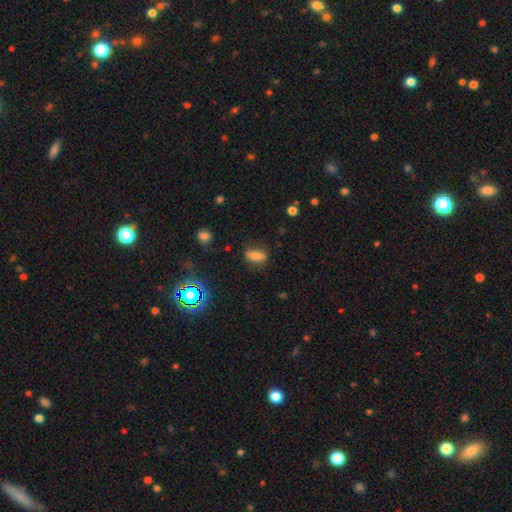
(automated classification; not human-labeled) Smooth or featured: smooth — 72% (star or artifact — 14%)
How rounded: in between — 69% (cigar-shaped — 23%)
Merging: none — 75% (minor disturbance — 17%)